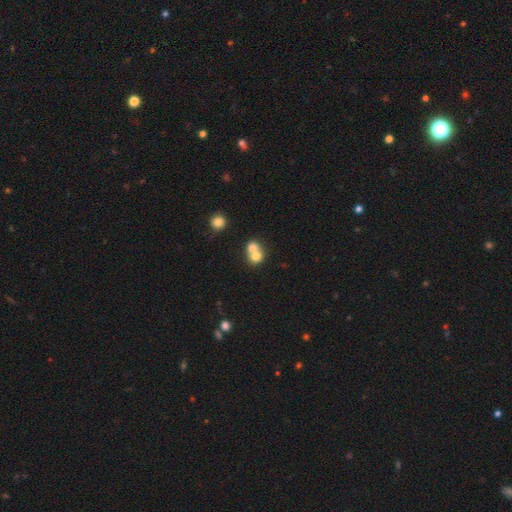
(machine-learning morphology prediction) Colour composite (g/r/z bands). It shows a smooth galaxy with no disk features (72%) that is round (74%). Merging: merger (66%).